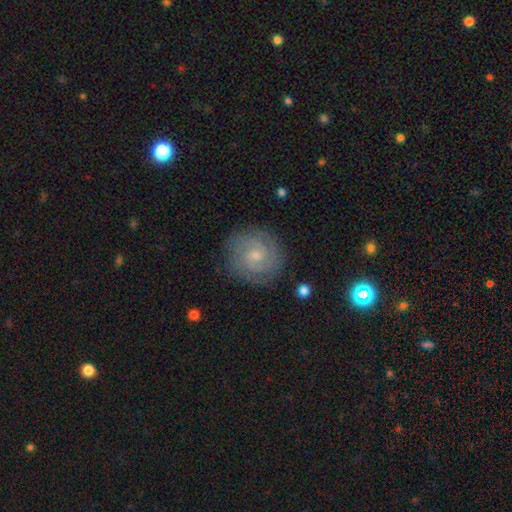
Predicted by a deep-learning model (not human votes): Smooth or featured: featured or disk — 75% (smooth — 18%)
Edge-on disk: no — 98% (yes — 2%)
Bar: no — 59% (weak — 36%)
Spiral arms: yes — 95% (no — 5%)
Spiral winding: tight — 69% (medium — 26%)
Spiral arm count: 2 — 50% (can't tell — 21%)
Bulge size: small — 60% (moderate — 33%)
Merging: none — 83% (minor disturbance — 11%)